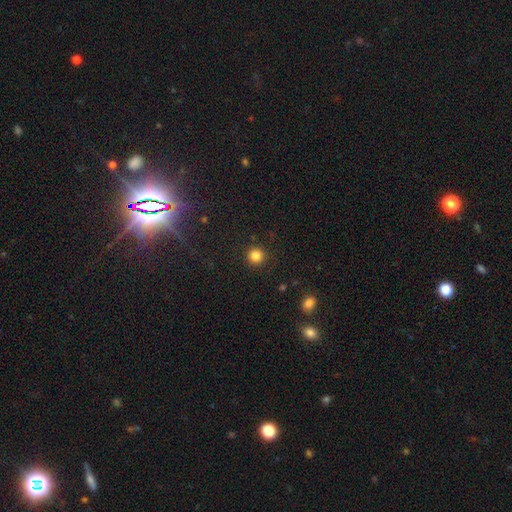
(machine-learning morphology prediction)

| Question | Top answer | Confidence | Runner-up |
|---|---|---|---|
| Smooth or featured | smooth | 84% | star or artifact (12%) |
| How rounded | round | 95% | in between (4%) |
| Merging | none | 91% | minor disturbance (5%) |